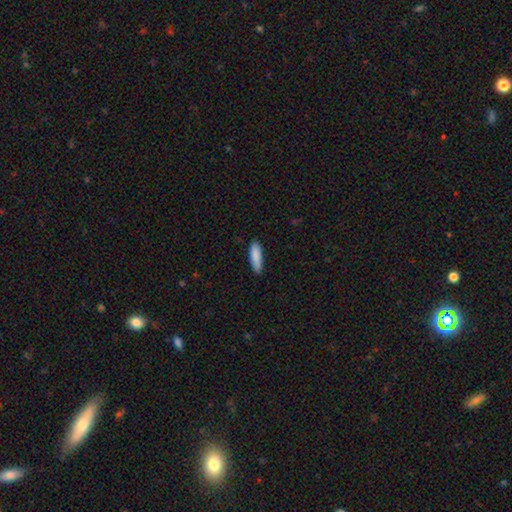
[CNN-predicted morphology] smooth_or_featured: smooth (p=0.88) [alt: star or artifact p=0.06]
how_rounded: cigar-shaped (p=0.62) [alt: in between p=0.36]
merging: none (p=0.84) [alt: minor disturbance p=0.13]